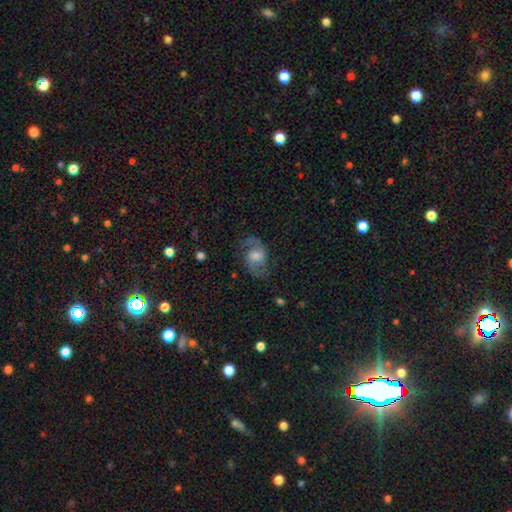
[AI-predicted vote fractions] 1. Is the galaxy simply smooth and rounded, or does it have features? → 70% featured or disk, 22% smooth, 8% star or artifact.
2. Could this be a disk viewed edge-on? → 97% no, 3% yes.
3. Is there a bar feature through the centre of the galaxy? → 56% no, 37% weak, 7% strong.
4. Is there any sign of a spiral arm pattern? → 90% yes, 10% no.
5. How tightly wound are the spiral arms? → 47% medium, 40% loose, 13% tight.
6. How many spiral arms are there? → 87% 2, 5% can't tell, 5% 1, 1% 3, 1% 4, 1% more than 4.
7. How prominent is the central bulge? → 52% moderate, 22% small, 19% large, 5% none, 2% dominant.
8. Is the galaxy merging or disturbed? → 69% none, 18% minor disturbance, 12% major disturbance, 1% merger.